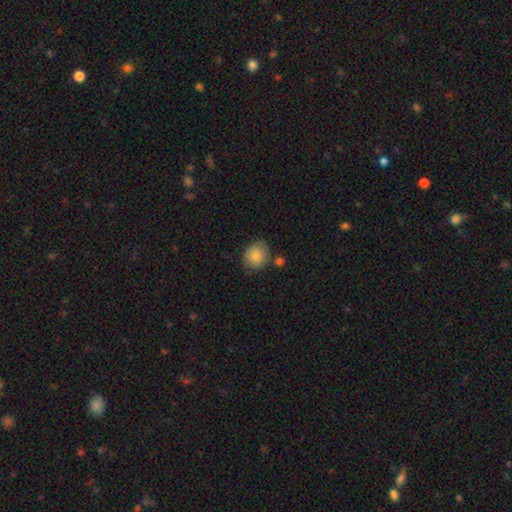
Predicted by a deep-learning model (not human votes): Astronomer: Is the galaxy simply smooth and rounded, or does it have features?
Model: smooth — 80%.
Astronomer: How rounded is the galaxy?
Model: round — 57% (runner-up: in between, 42%).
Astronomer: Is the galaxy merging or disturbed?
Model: none — 70%.